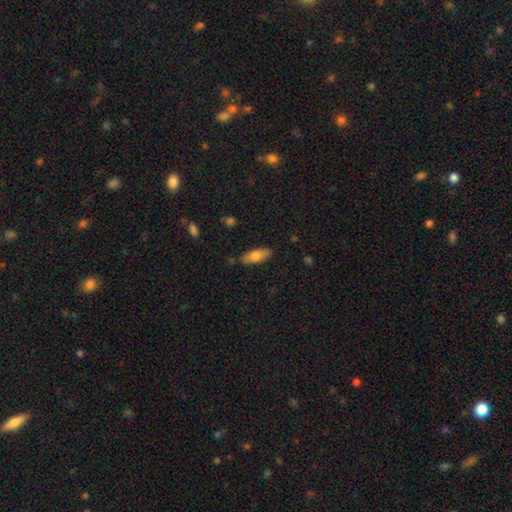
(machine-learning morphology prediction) smooth-or-featured: smooth: 72% | featured or disk: 22% | star or artifact: 7%
  how-rounded: in between: 70% | cigar-shaped: 28% | round: 2%
  merging: none: 84% | minor disturbance: 12% | major disturbance: 2% | merger: 2%